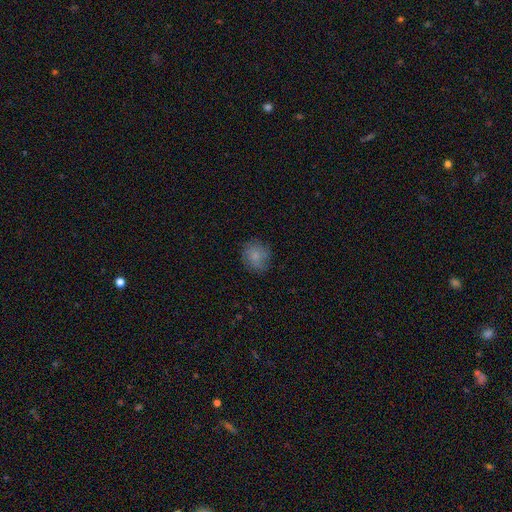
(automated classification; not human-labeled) Q: Smooth or featured?
A: smooth (78%); runner-up: featured or disk (14%)
Q: How rounded?
A: round (80%); runner-up: in between (19%)
Q: Merging?
A: none (80%); runner-up: minor disturbance (15%)